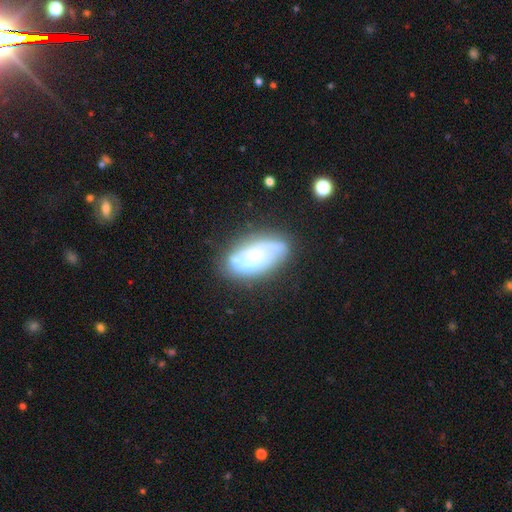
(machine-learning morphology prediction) Overall: featured or disk (64%; smooth 28%). Edge-on disk: no (92%). Bar: no (78%). Spiral arms: no (52%; yes 48%). Bulge size: small (49%; moderate 36%). Merging: none (59%; minor disturbance 20%).